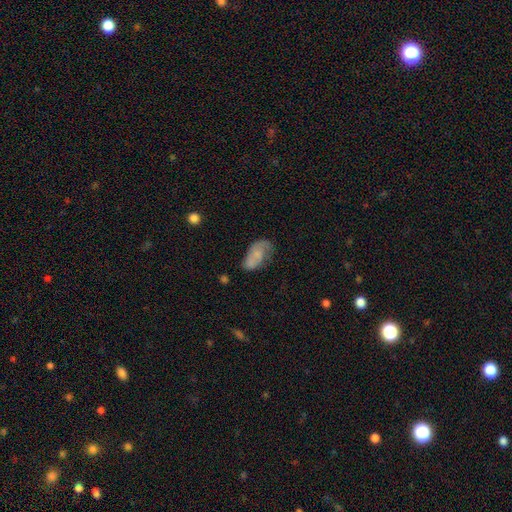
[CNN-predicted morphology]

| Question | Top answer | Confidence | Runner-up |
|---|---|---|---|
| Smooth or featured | smooth | 53% | featured or disk (38%) |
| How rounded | in between | 91% | round (5%) |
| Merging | none | 49% | minor disturbance (30%) |